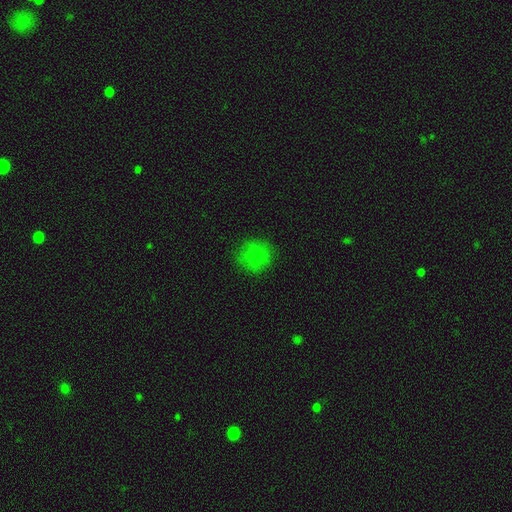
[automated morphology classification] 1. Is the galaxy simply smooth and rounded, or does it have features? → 75% smooth, 16% star or artifact, 9% featured or disk.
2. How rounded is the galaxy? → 88% round, 11% in between, 1% cigar-shaped.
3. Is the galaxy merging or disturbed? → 80% none, 14% minor disturbance, 5% major disturbance, 1% merger.